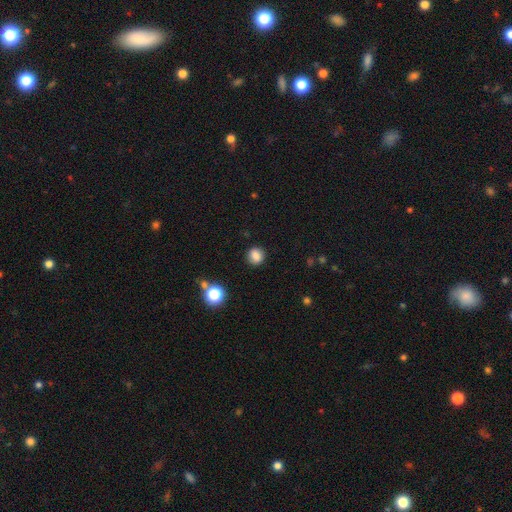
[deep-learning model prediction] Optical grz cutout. It shows a smooth galaxy with no disk features (84%) that is round (80%). Merging: none (88%).